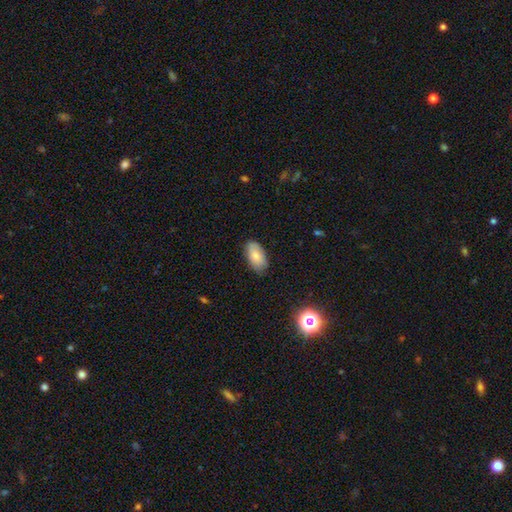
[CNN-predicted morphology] Q: Smooth or featured?
A: smooth (79%); runner-up: featured or disk (14%)
Q: How rounded?
A: in between (93%); runner-up: round (3%)
Q: Merging?
A: none (79%); runner-up: minor disturbance (17%)